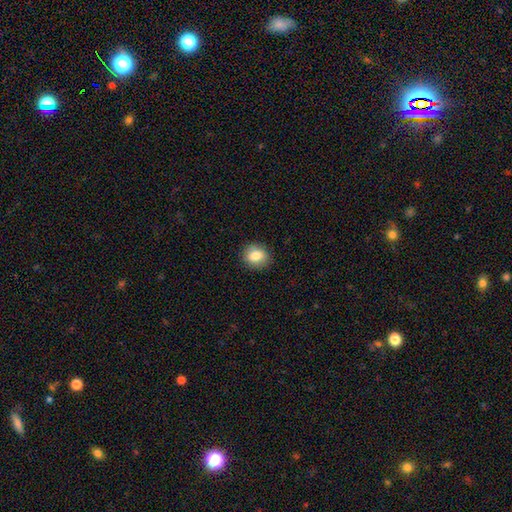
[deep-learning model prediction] Q: Smooth or featured?
A: smooth (82%); runner-up: featured or disk (9%)
Q: How rounded?
A: round (70%); runner-up: in between (29%)
Q: Merging?
A: none (89%); runner-up: minor disturbance (8%)